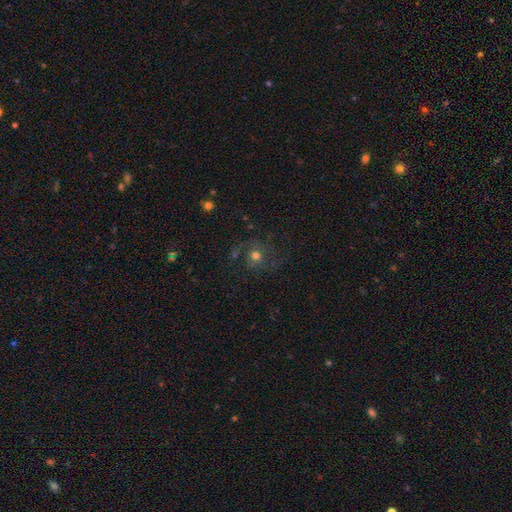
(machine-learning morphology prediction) featured or disk 51%, smooth 34%, star or artifact 16%. Down the decision tree: edge-on disk — no (97%); merging — none (63%).